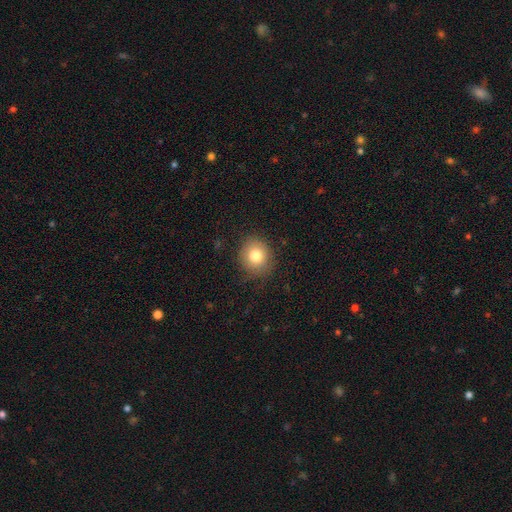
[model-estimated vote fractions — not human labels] A smooth galaxy with no disk features (79%) that is round (81%).

Vote fractions:
- Smooth or featured? smooth: 79% / star or artifact: 11% / featured or disk: 10%
- How rounded? round: 81% / in between: 18% / cigar-shaped: 1%
- Merging? none: 83% / minor disturbance: 12% / major disturbance: 3% / merger: 1%